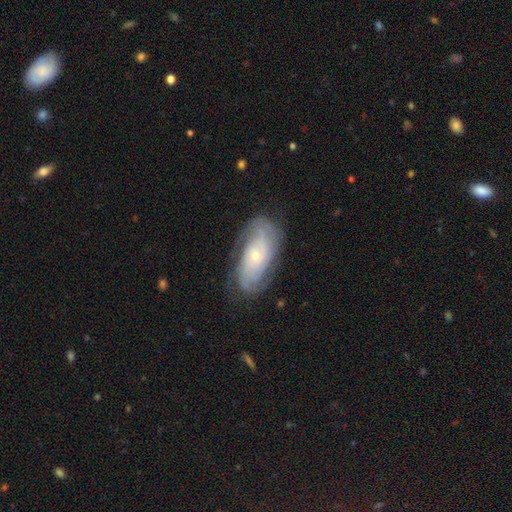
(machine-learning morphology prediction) Smooth or featured? featured or disk (74%)
Edge-on disk? no (93%)
Bar? no (80%)
Spiral arms? yes (87%)
Spiral winding? tight (62%)
Spiral arm count? can't tell (44%)
Bulge size? small (73%)
Merging? none (74%)